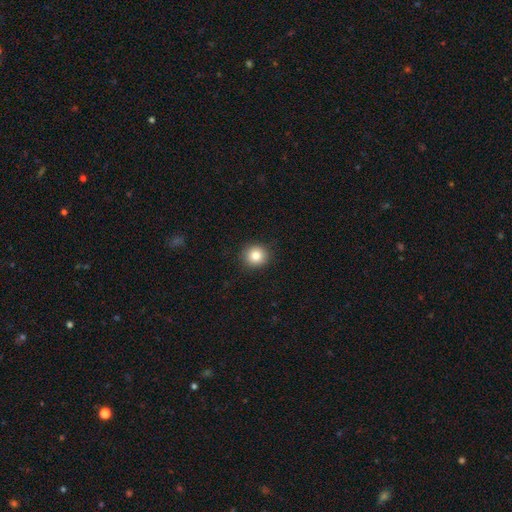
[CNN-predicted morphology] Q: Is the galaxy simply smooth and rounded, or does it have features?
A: smooth — 83%.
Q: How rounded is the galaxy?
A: round — 90%.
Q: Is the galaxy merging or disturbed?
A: none — 91%.